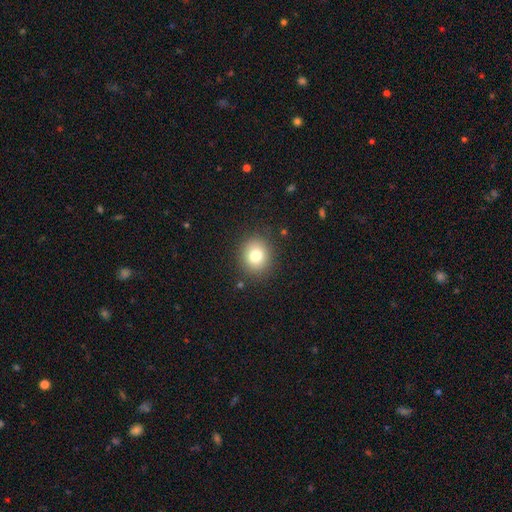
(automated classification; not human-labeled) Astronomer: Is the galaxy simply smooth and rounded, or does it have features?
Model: smooth — 78%.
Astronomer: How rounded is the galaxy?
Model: round — 76%.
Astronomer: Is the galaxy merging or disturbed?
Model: none — 87%.